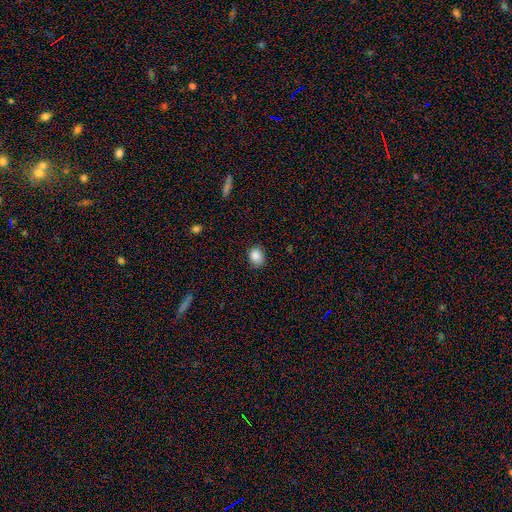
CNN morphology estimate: A smooth galaxy with no disk features (86%) that is round (57%). Merging: none (82%).